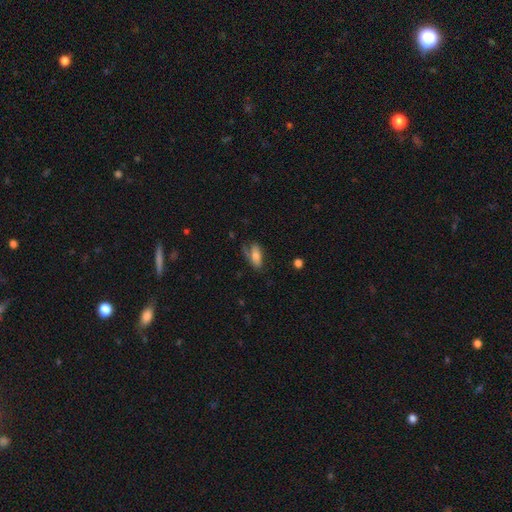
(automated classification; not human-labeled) This is likely a smooth galaxy (69%). How rounded: clearly in between (83%). Merging: possibly none (46%).